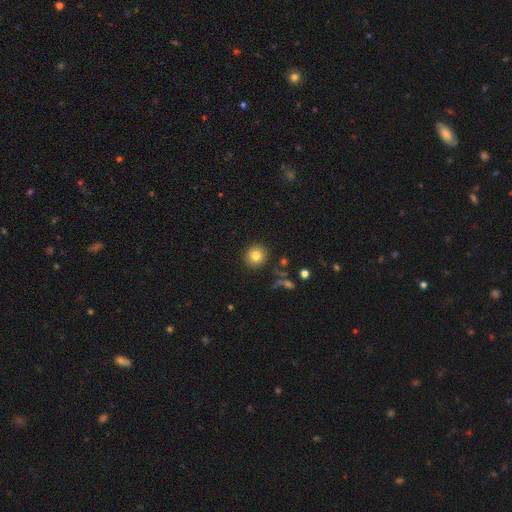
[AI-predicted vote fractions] Morphology: type=smooth (80%); roundness=round (93%); merging=none (89%).